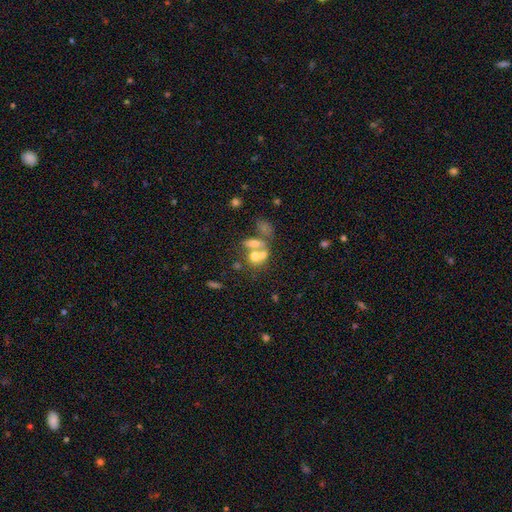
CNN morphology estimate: Smooth or featured?
  - smooth: 45% *
  - featured or disk: 30%
  - star or artifact: 25%
Merging?
  - merger: 50% *
  - none: 34%
  - minor disturbance: 9%
  - major disturbance: 8%